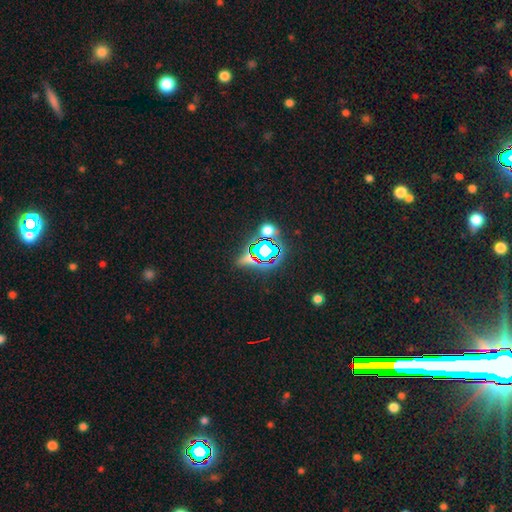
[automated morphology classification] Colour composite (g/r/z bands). It shows a star or artifact, not a galaxy (64%).